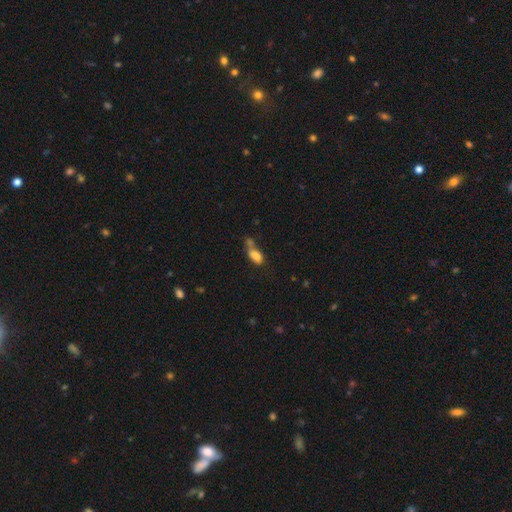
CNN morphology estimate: Overall: smooth (78%). How rounded: in between (85%). Merging: merger (40%; none 29%).